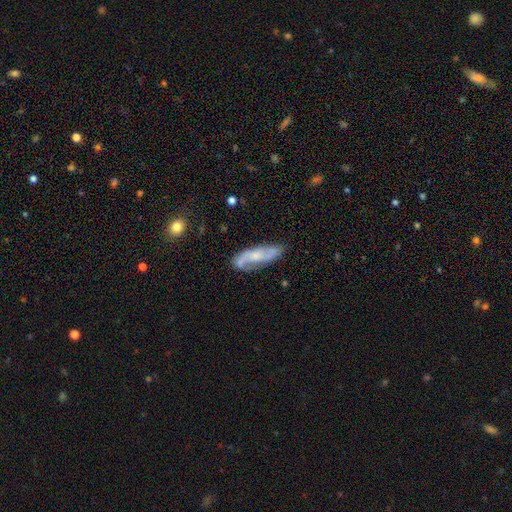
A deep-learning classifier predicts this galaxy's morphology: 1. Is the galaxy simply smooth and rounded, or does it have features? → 68% featured or disk, 25% smooth, 6% star or artifact.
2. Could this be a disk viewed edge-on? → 84% no, 16% yes.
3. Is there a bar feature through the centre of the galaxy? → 56% no, 34% weak, 10% strong.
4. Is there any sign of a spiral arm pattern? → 90% yes, 10% no.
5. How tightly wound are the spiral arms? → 41% loose (tied), 41% medium (tied), 18% tight.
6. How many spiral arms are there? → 80% 2, 11% can't tell, 4% 1, 2% 3, 1% 4, 1% more than 4.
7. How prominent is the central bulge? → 48% small, 36% moderate, 11% none, 4% large, 1% dominant.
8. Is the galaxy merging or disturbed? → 70% none, 20% minor disturbance, 6% major disturbance, 3% merger.